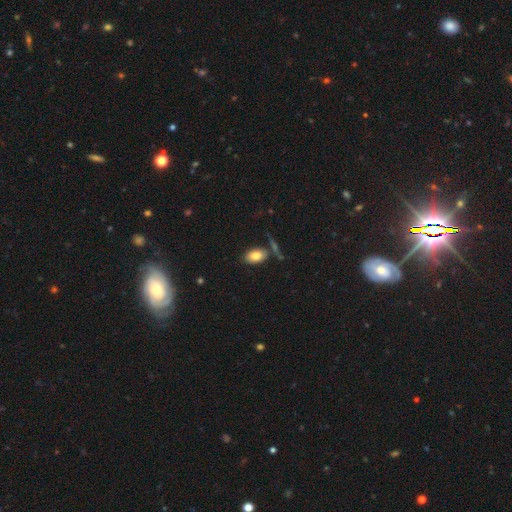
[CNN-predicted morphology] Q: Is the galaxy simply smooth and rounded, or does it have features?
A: smooth — 83%.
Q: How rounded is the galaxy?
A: in between — 91%.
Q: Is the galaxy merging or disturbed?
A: none — 70%.